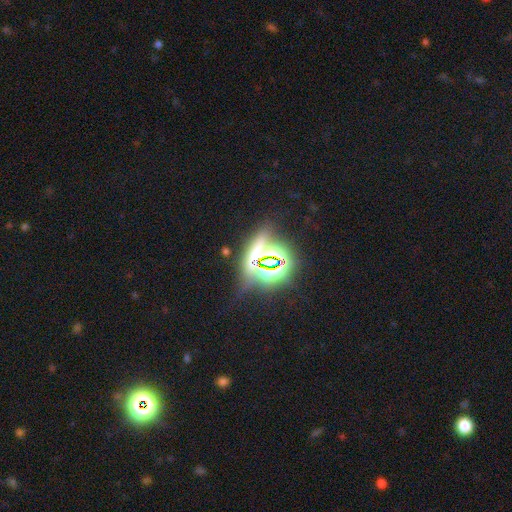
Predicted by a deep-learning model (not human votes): Smooth or featured: star or artifact — 67% (smooth — 19%)